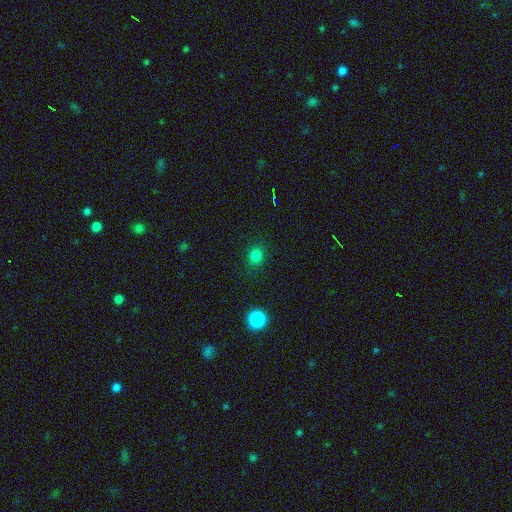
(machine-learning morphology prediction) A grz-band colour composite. It shows a smooth galaxy with no disk features (80%) that is round (78%). Merging: none (88%).